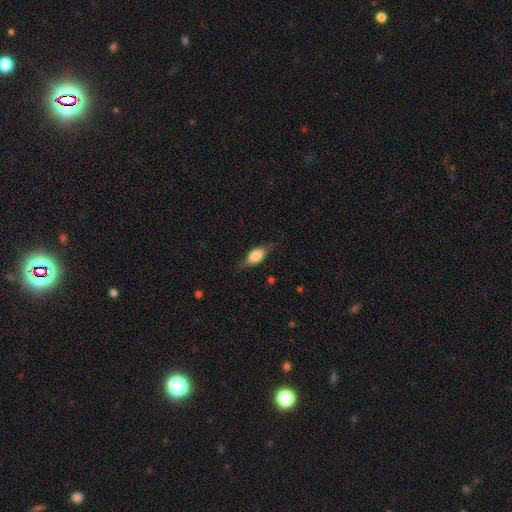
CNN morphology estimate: A smooth galaxy with no disk features (69%) that is in between round and cigar-shaped (81%).

Vote fractions:
- Smooth or featured? smooth: 69% / featured or disk: 24% / star or artifact: 7%
- How rounded? in between: 81% / cigar-shaped: 14% / round: 5%
- Merging? none: 73% / minor disturbance: 20% / major disturbance: 6% / merger: 1%